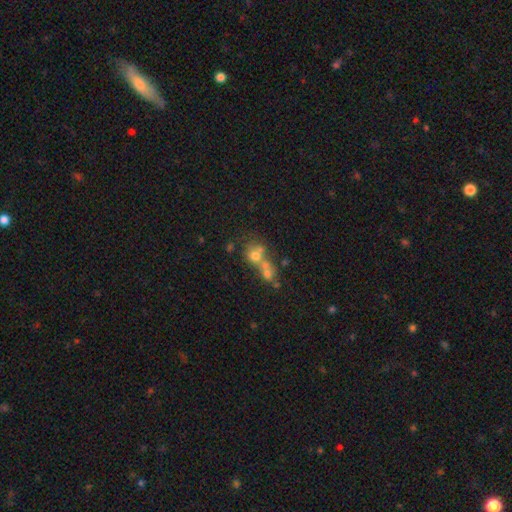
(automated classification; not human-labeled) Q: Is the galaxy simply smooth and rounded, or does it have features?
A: smooth — 50%.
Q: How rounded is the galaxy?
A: round — 74%.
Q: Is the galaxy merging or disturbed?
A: merger — 58%.